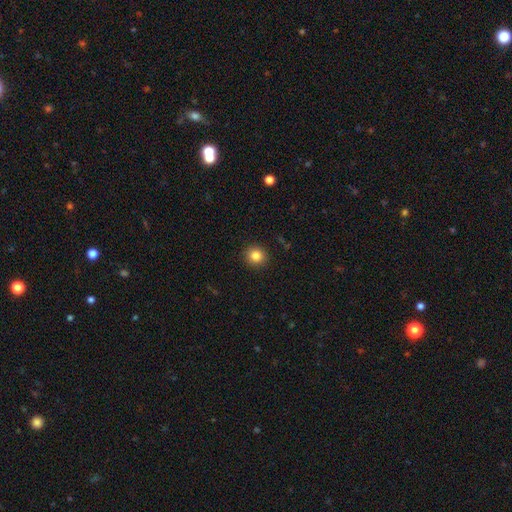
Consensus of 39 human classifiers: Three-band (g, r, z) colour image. It shows a smooth galaxy with no disk features (85%) that is round (91%). Merging: none (91%).